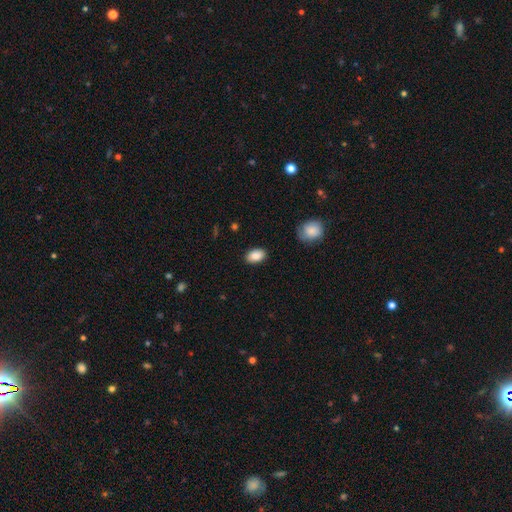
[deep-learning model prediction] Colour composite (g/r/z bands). It shows a smooth galaxy with no disk features (87%) that is in between round and cigar-shaped (89%). Merging: none (87%).